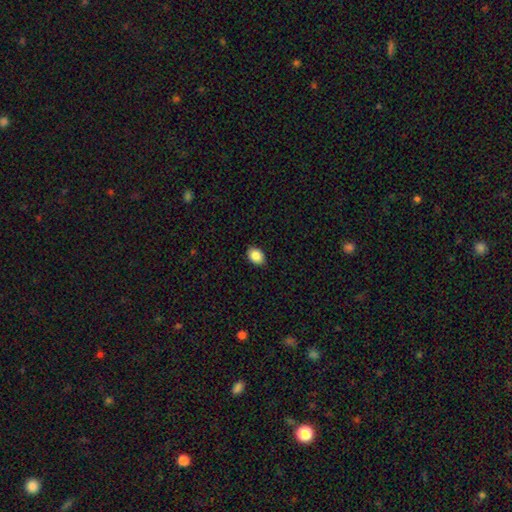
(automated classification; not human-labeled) smooth_or_featured: smooth (p=0.87) [alt: star or artifact p=0.08]
how_rounded: in between (p=0.72) [alt: round p=0.27]
merging: none (p=0.87) [alt: minor disturbance p=0.10]